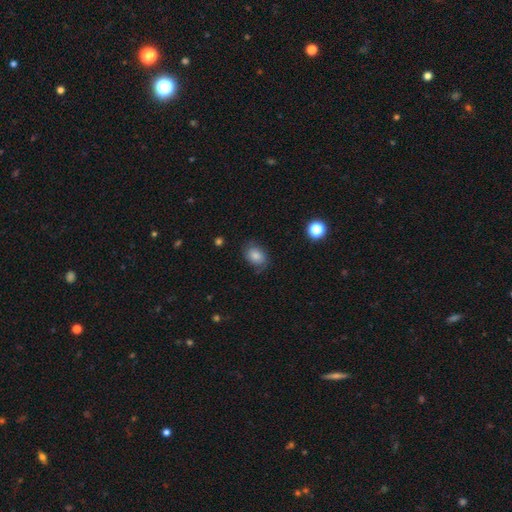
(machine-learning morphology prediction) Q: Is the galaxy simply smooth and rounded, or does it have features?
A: smooth — 79%.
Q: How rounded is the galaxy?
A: in between — 71%.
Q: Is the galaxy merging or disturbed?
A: none — 74%.